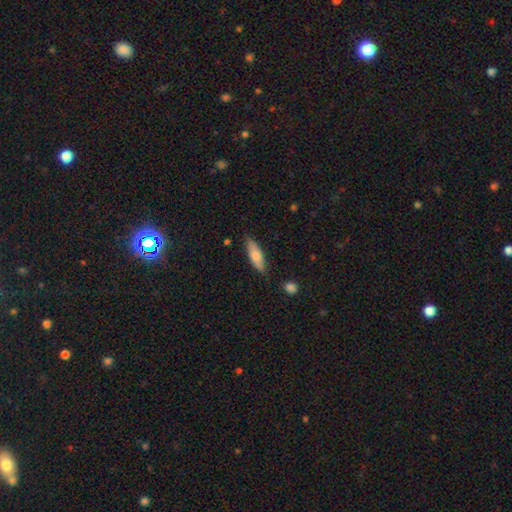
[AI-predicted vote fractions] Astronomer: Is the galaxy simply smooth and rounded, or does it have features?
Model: smooth — 74%.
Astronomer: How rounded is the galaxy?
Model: in between — 56% (runner-up: cigar-shaped, 42%).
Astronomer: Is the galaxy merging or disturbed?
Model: none — 79%.